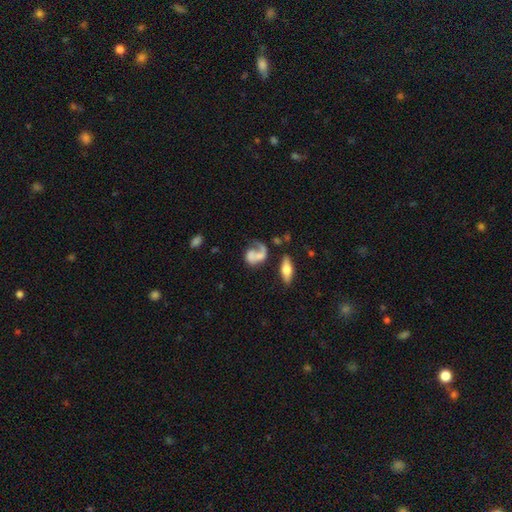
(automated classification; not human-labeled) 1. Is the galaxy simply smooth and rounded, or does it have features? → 52% featured or disk, 39% smooth, 10% star or artifact.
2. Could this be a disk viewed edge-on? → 95% no, 5% yes.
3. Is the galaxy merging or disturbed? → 33% major disturbance, 29% none, 25% merger, 13% minor disturbance.